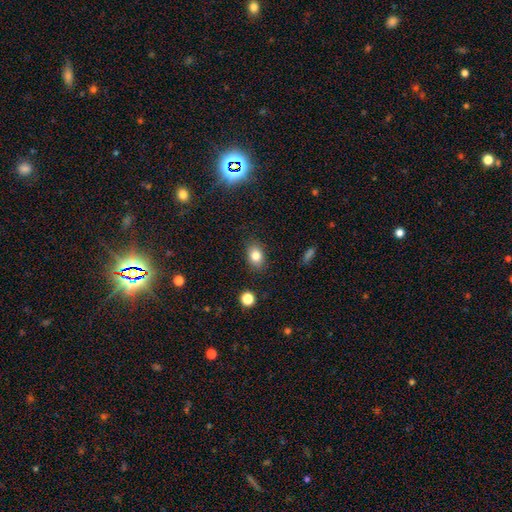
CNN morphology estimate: Smooth or featured? smooth (81%)
How rounded? in between (71%)
Merging? none (85%)